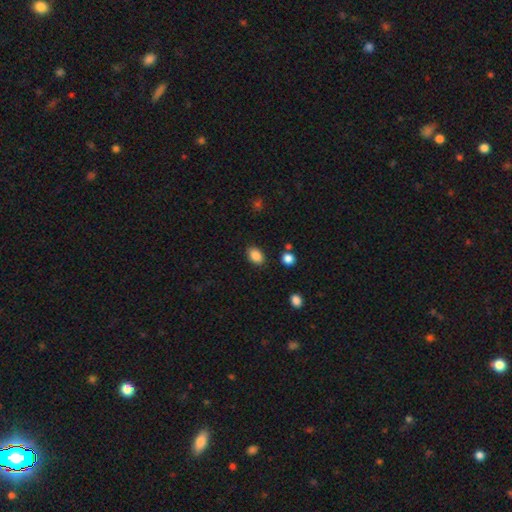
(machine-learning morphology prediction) A smooth galaxy with no disk features (87%) that is in between round and cigar-shaped (81%).

Vote fractions:
- Smooth or featured? smooth: 87% / star or artifact: 9% / featured or disk: 4%
- How rounded? in between: 81% / round: 18% / cigar-shaped: 1%
- Merging? none: 85% / minor disturbance: 10% / major disturbance: 3% / merger: 2%